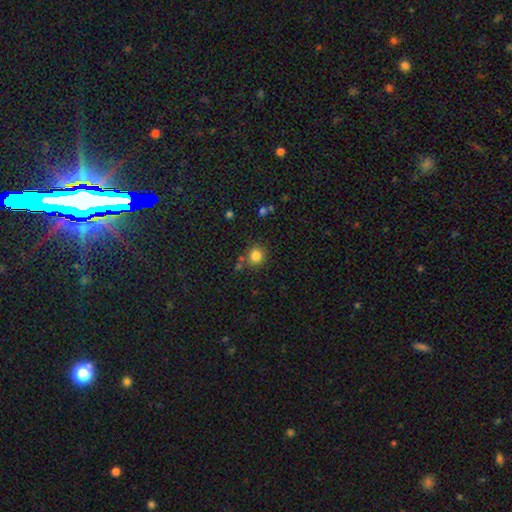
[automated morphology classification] Smooth or featured: smooth — 83% (star or artifact — 12%)
How rounded: round — 90% (in between — 9%)
Merging: none — 77% (minor disturbance — 10%)